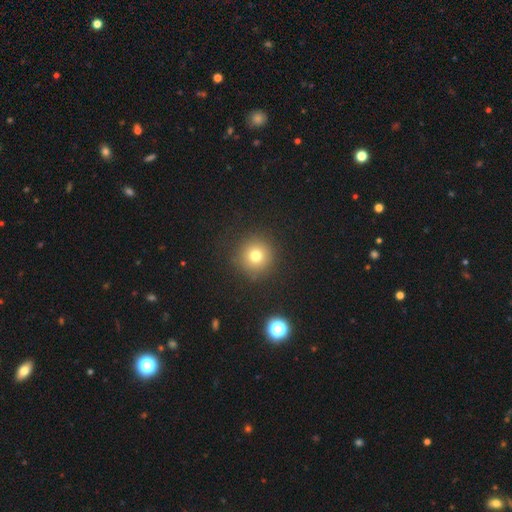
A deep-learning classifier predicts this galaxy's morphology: Smooth or featured? smooth (75%)
How rounded? round (95%)
Merging? none (89%)